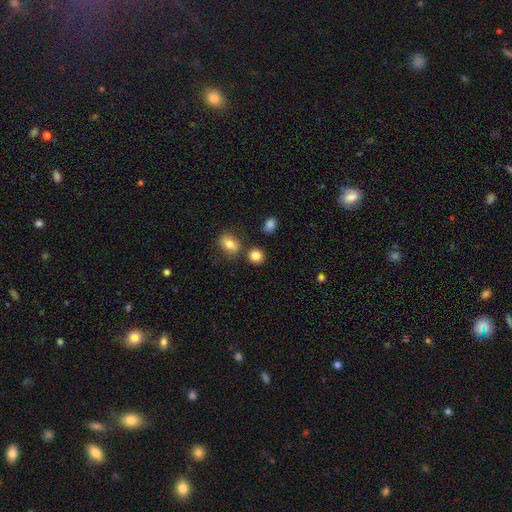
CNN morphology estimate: This is clearly a smooth galaxy (84%). How rounded: clearly round (82%). Merging: likely none (78%).